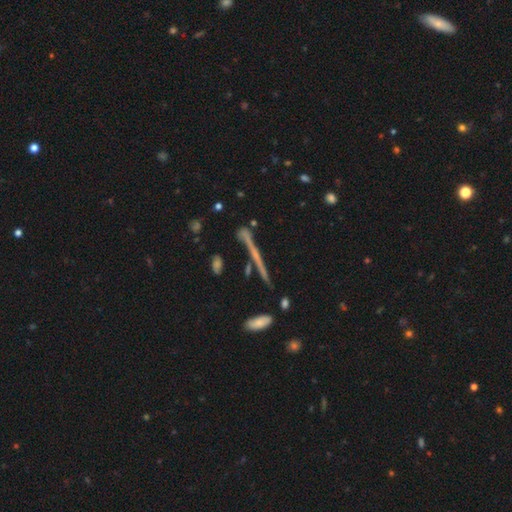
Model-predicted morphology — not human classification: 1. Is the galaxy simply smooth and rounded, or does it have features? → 60% featured or disk, 28% smooth, 11% star or artifact.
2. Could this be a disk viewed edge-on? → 95% yes, 5% no.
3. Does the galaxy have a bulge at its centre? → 70% none, 23% rounded, 7% boxy.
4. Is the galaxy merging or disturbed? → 79% none, 11% minor disturbance, 6% merger, 4% major disturbance.